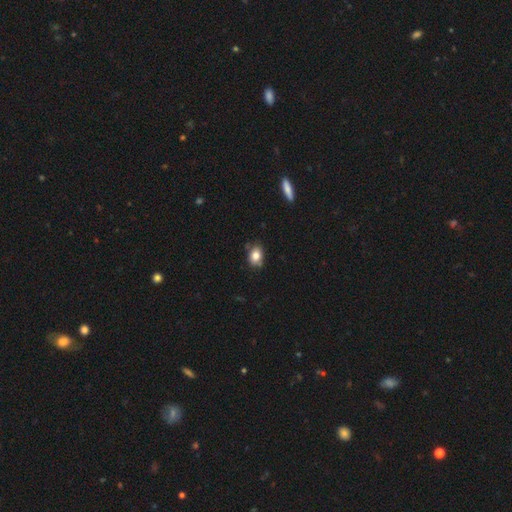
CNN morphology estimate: This is clearly a smooth galaxy (82%). How rounded: likely in between (71%). Merging: likely none (76%).